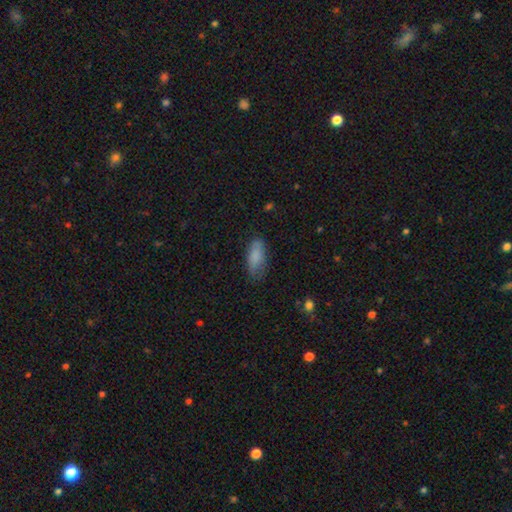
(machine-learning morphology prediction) A smooth galaxy with no disk features (84%) that is in between round and cigar-shaped (82%). Merging: none (69%).